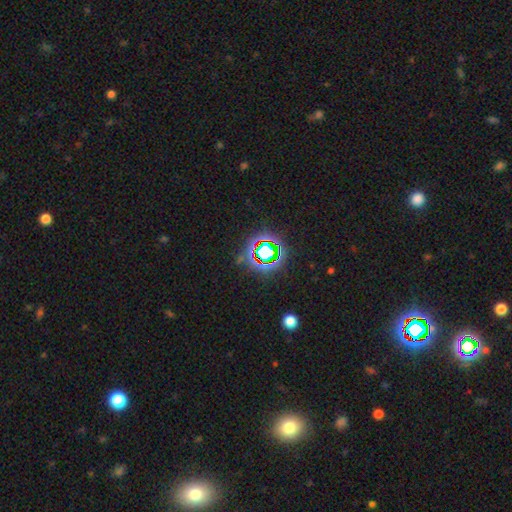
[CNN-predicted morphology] smooth_or_featured: star or artifact (p=0.77) [alt: smooth p=0.14]